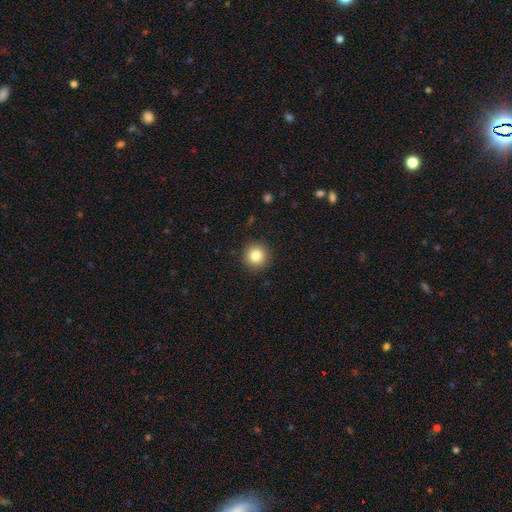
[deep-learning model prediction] smooth_or_featured: smooth (p=0.82) [alt: star or artifact p=0.11]
how_rounded: round (p=0.94) [alt: in between p=0.05]
merging: none (p=0.92) [alt: minor disturbance p=0.05]